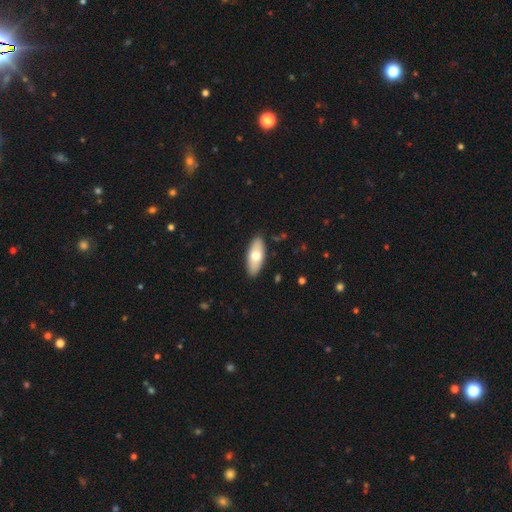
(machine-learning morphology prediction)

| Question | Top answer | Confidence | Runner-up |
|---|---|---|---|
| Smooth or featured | smooth | 68% | featured or disk (27%) |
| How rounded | in between | 81% | cigar-shaped (16%) |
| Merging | none | 89% | minor disturbance (8%) |